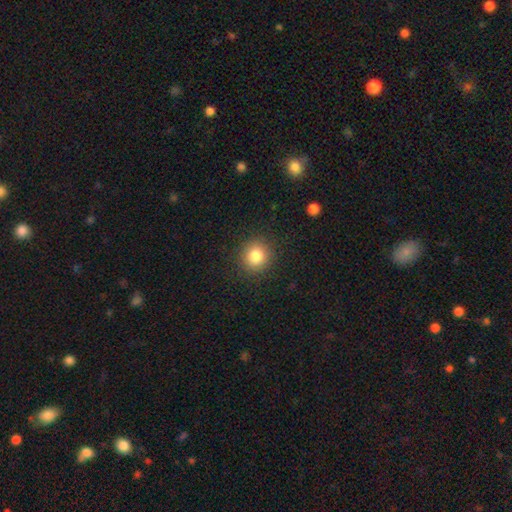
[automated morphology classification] A smooth galaxy with no disk features (83%) that is round (89%). Merging: none (90%).